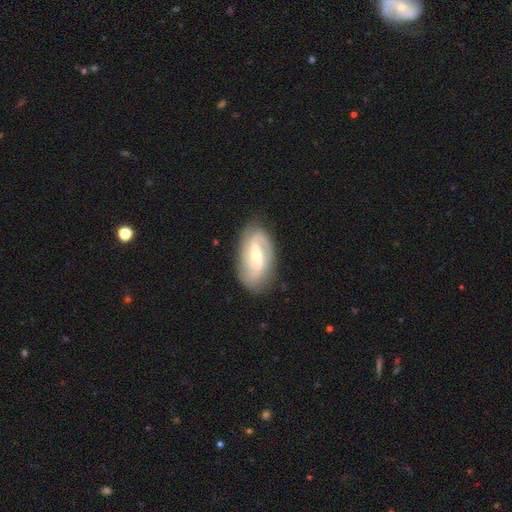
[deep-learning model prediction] Overall: featured or disk (83%). Edge-on disk: no (95%). Bar: weak (43%; no 30%). Spiral arms: yes (94%). Spiral arm count: 2 (72%). Spiral winding: medium (42%; tight 35%). Bulge size: small (48%, tied with moderate). Merging: none (81%).